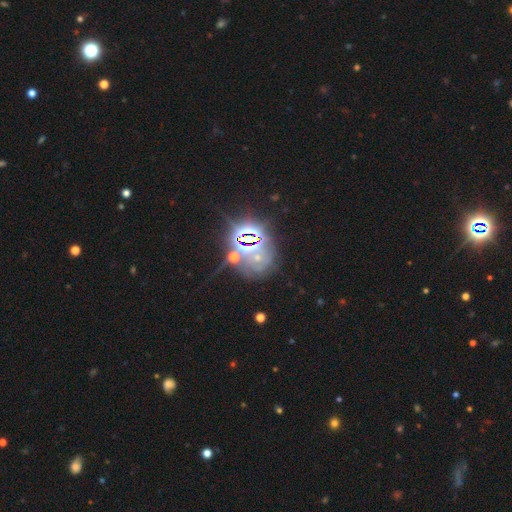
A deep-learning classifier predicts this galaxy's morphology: The model was most divided on "smooth or featured": star or artifact: 67%, featured or disk: 20%, smooth: 13%.